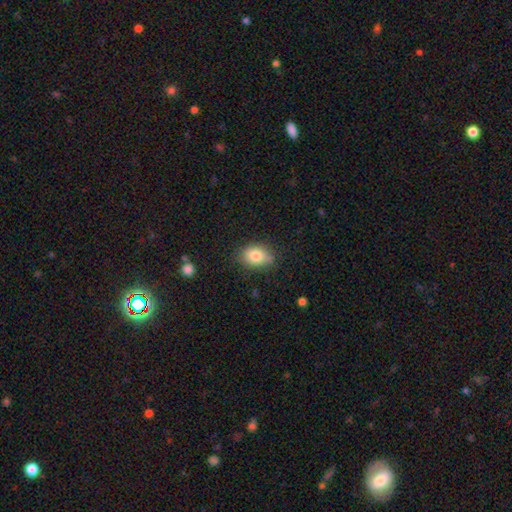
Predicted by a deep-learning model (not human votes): Overall: smooth (83%). How rounded: in between (78%). Merging: none (75%).